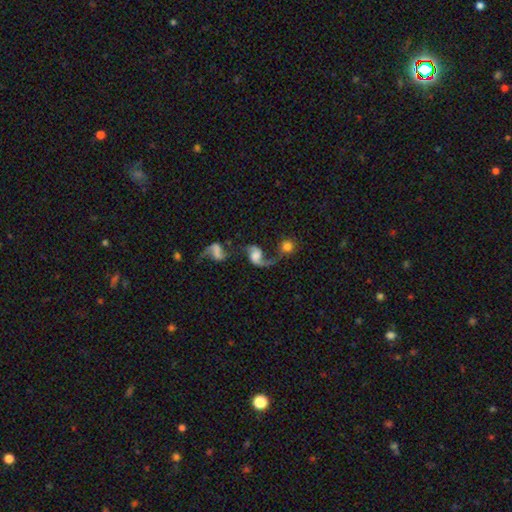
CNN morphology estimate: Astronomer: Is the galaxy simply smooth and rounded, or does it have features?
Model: featured or disk — 75%.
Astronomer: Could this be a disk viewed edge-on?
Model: no — 97%.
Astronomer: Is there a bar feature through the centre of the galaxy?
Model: no — 53% (runner-up: weak, 34%).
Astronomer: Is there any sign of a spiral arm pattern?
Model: yes — 91%.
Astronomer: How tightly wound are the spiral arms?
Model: loose — 82%.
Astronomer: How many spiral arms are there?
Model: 2 — 75%.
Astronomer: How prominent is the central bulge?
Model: moderate — 27%, tied with large at 27%.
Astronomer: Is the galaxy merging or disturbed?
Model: merger — 41% (runner-up: none, 27%).